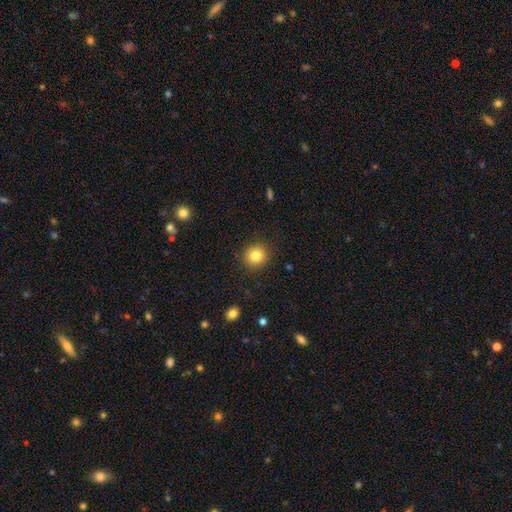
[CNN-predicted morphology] Smooth or featured: smooth — 82% (star or artifact — 11%)
How rounded: round — 88% (in between — 11%)
Merging: none — 89% (minor disturbance — 7%)